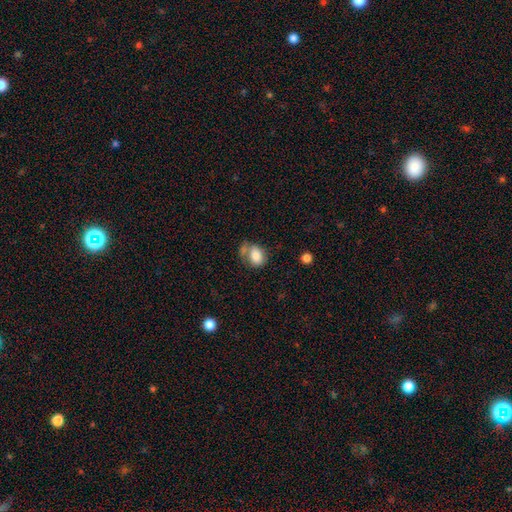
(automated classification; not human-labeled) smooth-or-featured: smooth: 79% | featured or disk: 13% | star or artifact: 8%
  how-rounded: in between: 67% | round: 32% | cigar-shaped: 1%
  merging: none: 38% | merger: 26% | minor disturbance: 21% | major disturbance: 14%